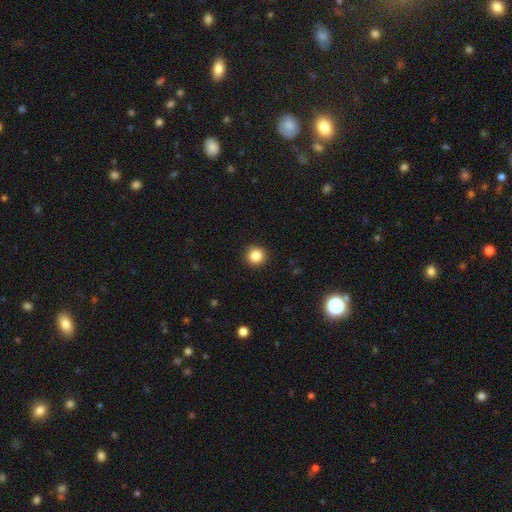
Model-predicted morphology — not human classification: The model was most divided on "smooth or featured": smooth: 85%, star or artifact: 11%, featured or disk: 4%. More confident: how rounded — round (95%); merging — none (93%).